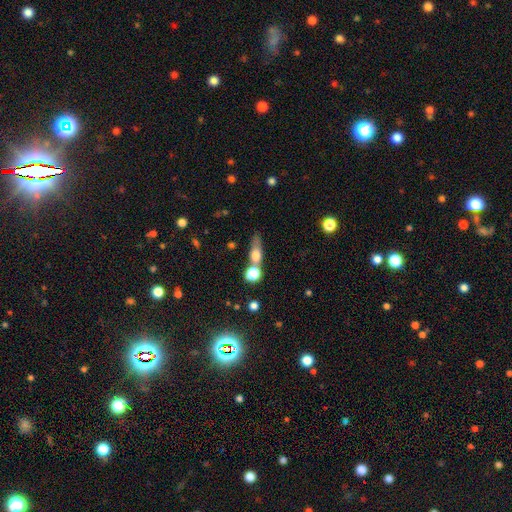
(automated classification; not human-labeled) Morphology: type=smooth (64%); roundness=in between (44%); merging=none (44%).